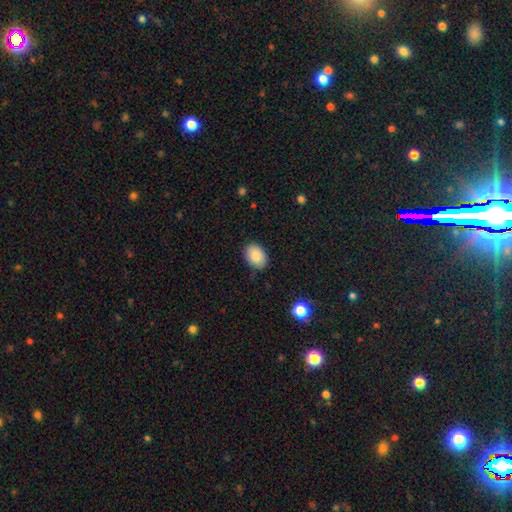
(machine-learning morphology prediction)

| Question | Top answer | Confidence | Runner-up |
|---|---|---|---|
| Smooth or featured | smooth | 86% | star or artifact (7%) |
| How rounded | in between | 78% | round (21%) |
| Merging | none | 84% | minor disturbance (12%) |